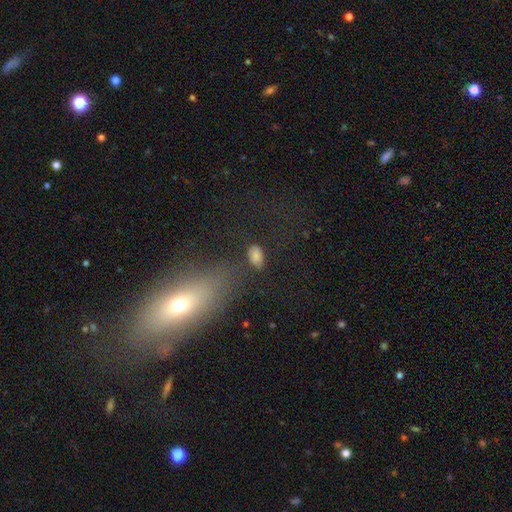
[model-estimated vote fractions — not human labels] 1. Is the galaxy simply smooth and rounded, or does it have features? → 74% smooth, 14% star or artifact, 11% featured or disk.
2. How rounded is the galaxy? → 87% in between, 8% round, 4% cigar-shaped.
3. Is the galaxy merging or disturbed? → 71% none, 15% minor disturbance, 8% major disturbance, 6% merger.